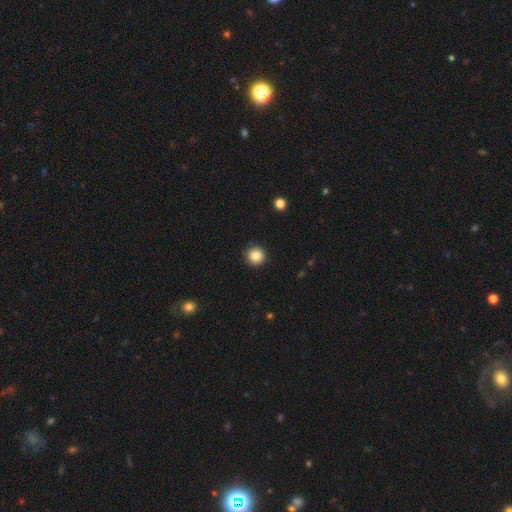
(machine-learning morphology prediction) This appears to be a smooth galaxy with no disk features (84%) that is round (96%). Merging: none (93%).